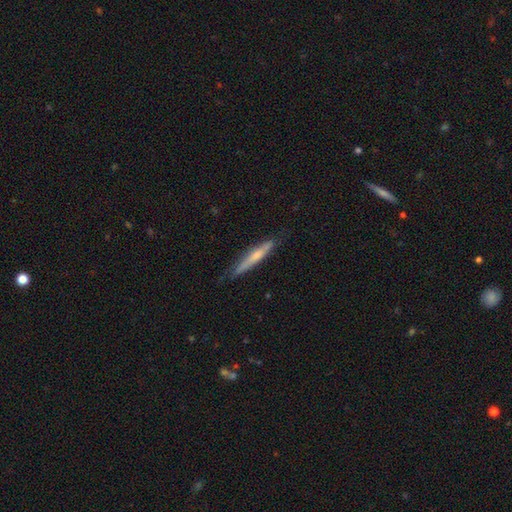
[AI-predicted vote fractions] This appears to be a smooth galaxy with no disk features (48%). Merging: none (79%).